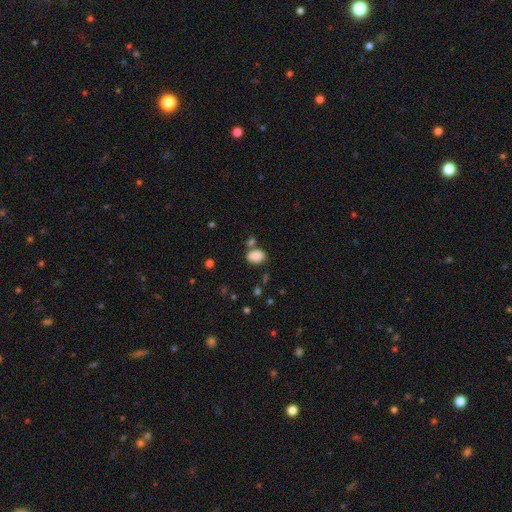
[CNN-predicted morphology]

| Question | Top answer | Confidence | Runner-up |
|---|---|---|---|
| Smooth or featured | smooth | 86% | star or artifact (9%) |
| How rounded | in between | 74% | round (25%) |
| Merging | none | 61% | minor disturbance (17%) |